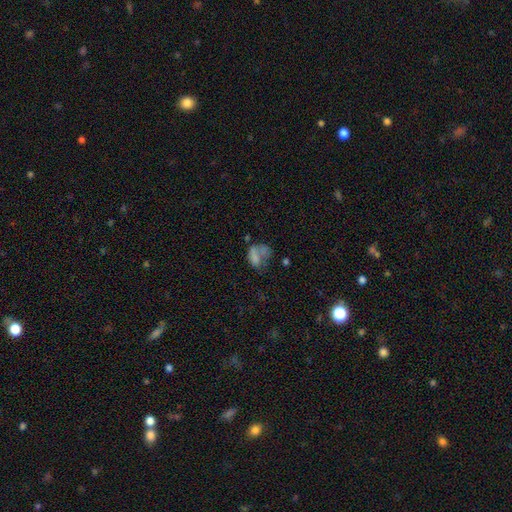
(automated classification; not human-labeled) Morphology: type=smooth (61%); roundness=in between (77%); merging=major disturbance (39%).